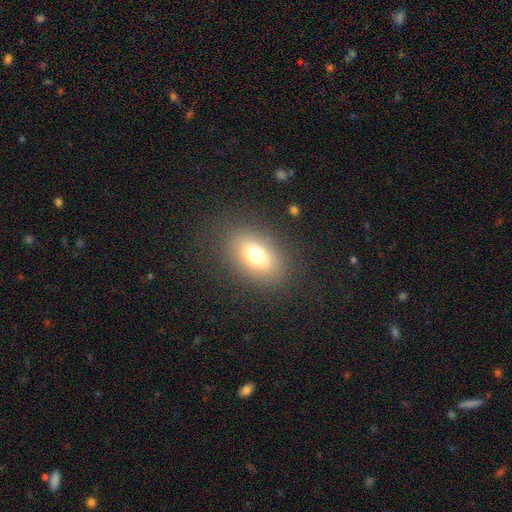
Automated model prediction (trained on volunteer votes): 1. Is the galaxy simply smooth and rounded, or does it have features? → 69% smooth, 16% featured or disk, 15% star or artifact.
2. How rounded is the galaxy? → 75% in between, 23% round, 2% cigar-shaped.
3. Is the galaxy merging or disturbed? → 83% none, 10% minor disturbance, 6% major disturbance, 1% merger.